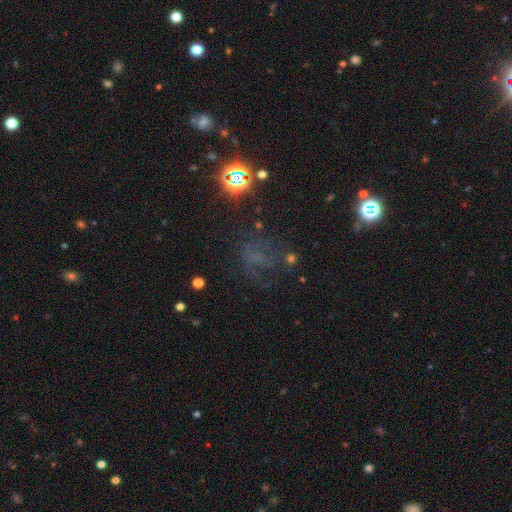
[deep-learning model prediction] Smooth or featured: star or artifact — 44% (featured or disk — 28%)